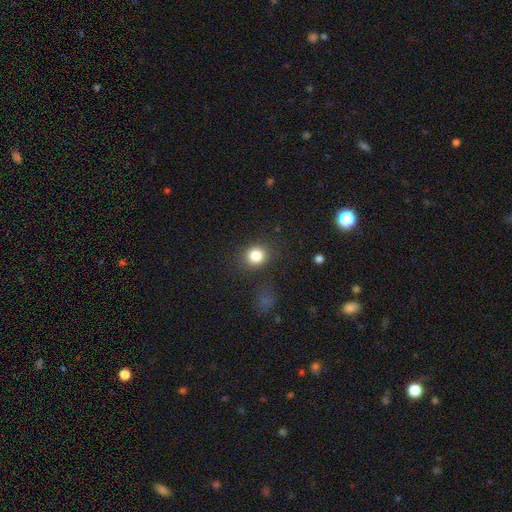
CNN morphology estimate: Smooth or featured? smooth (83%)
How rounded? round (79%)
Merging? none (82%)